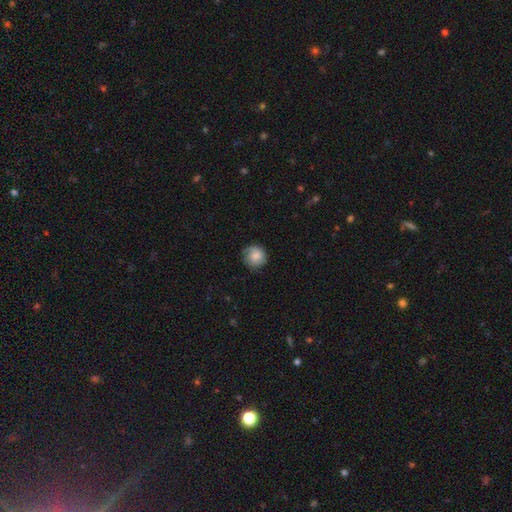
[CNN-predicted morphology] Q: Smooth or featured?
A: smooth (71%); runner-up: featured or disk (22%)
Q: How rounded?
A: round (89%); runner-up: in between (10%)
Q: Merging?
A: none (75%); runner-up: minor disturbance (19%)